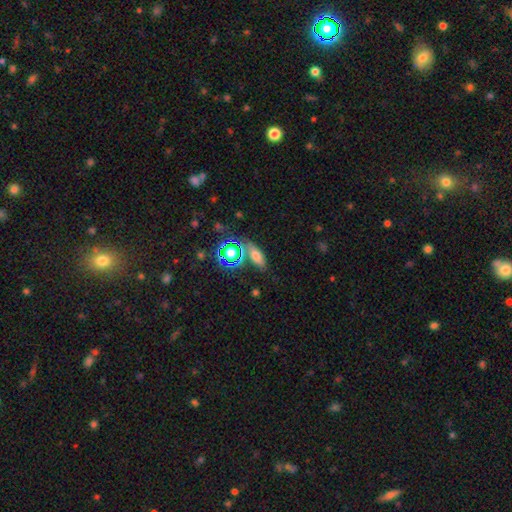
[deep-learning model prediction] smooth_or_featured: smooth (p=0.63) [alt: star or artifact p=0.22]
how_rounded: in between (p=0.64) [alt: cigar-shaped p=0.24]
merging: none (p=0.72) [alt: minor disturbance p=0.14]